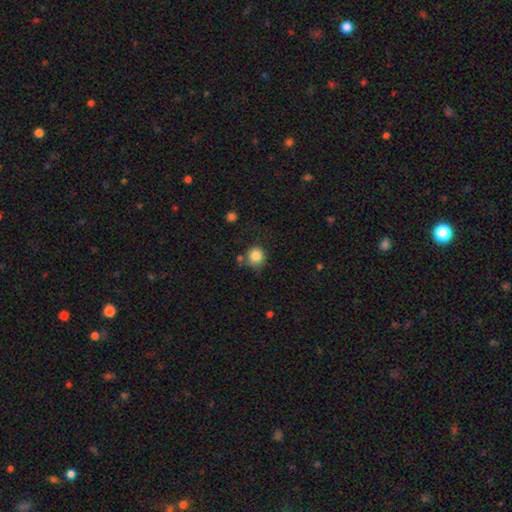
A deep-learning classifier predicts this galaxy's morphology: Smooth or featured? smooth (85%)
How rounded? round (91%)
Merging? none (71%)